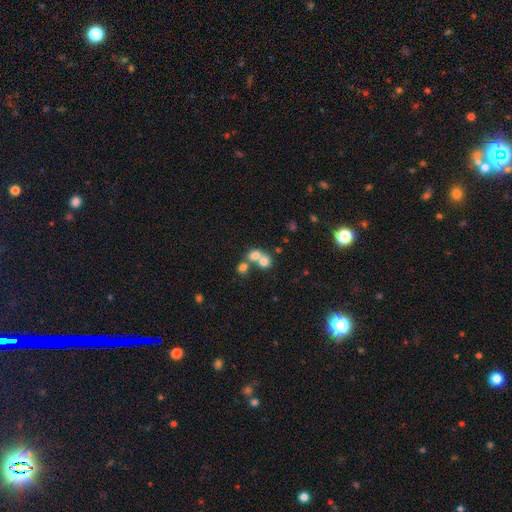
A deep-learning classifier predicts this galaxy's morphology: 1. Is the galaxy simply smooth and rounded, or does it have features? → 71% smooth, 16% featured or disk, 13% star or artifact.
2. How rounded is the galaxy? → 70% round, 29% in between, 1% cigar-shaped.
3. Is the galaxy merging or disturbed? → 62% merger, 29% none, 5% minor disturbance, 4% major disturbance.